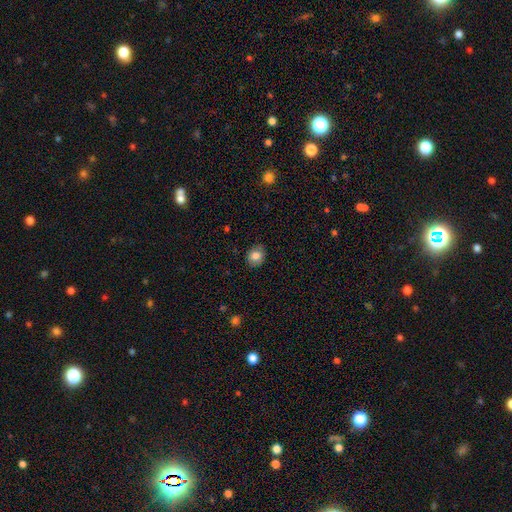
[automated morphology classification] Overall: smooth (82%). How rounded: round (71%). Merging: none (84%).